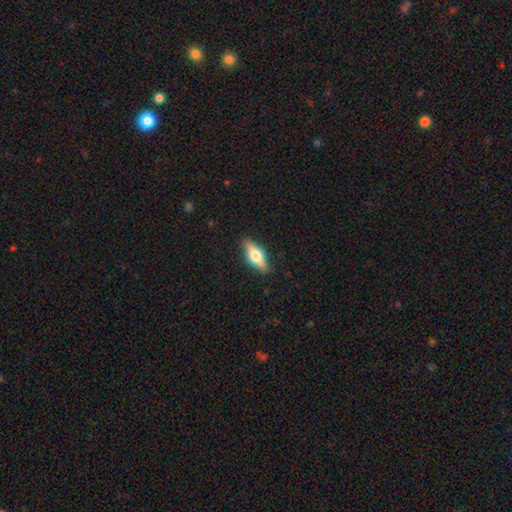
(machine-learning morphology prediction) This appears to be a smooth galaxy with no disk features (50%). Merging: none (88%).